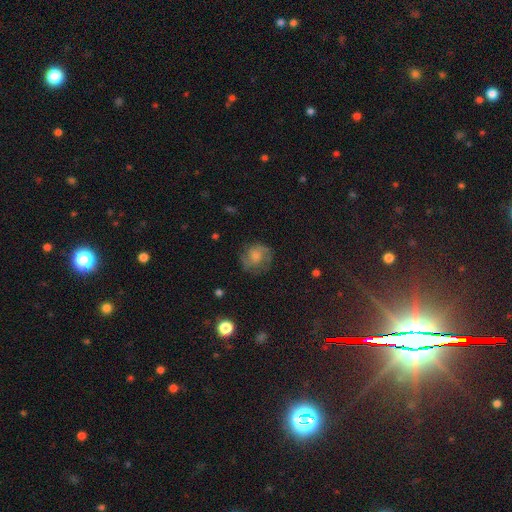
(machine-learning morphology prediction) Overall: smooth (46%; featured or disk 43%). Merging: none (69%).